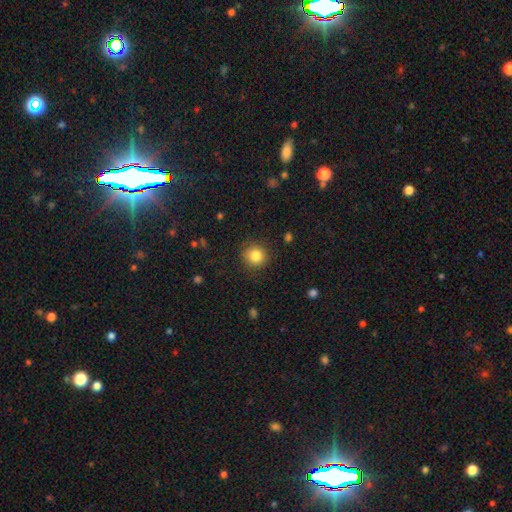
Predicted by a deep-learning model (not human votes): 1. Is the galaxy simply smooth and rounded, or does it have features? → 84% smooth, 10% star or artifact, 6% featured or disk.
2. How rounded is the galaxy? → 91% round, 8% in between, 1% cigar-shaped.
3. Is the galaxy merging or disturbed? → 88% none, 8% minor disturbance, 3% major disturbance, 1% merger.